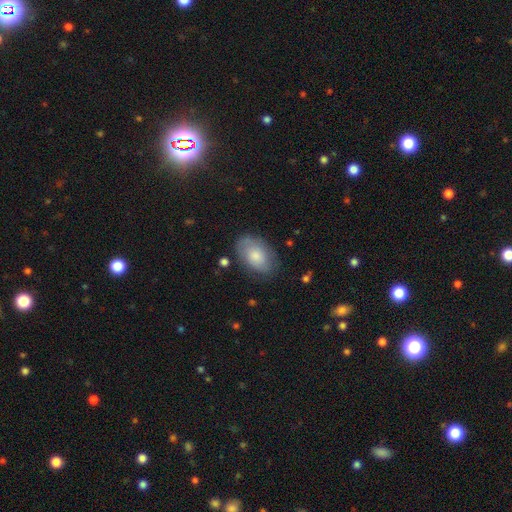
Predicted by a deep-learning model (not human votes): smooth-or-featured: smooth: 67% | featured or disk: 26% | star or artifact: 7%
  how-rounded: in between: 90% | round: 9% | cigar-shaped: 1%
  merging: none: 73% | minor disturbance: 19% | major disturbance: 6% | merger: 2%